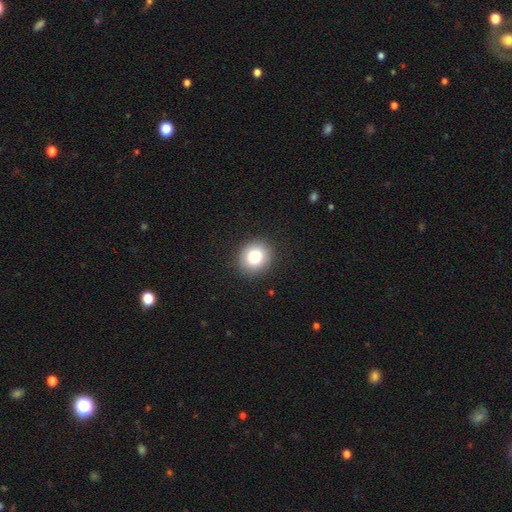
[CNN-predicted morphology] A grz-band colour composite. It shows a smooth galaxy with no disk features (82%) that is round (74%). Merging: none (89%).